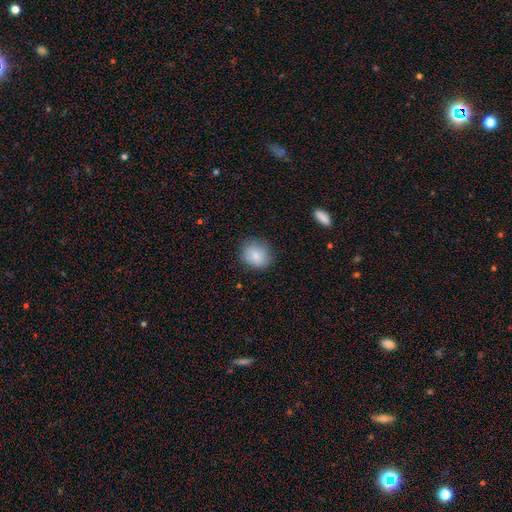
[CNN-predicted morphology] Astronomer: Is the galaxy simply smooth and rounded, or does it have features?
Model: smooth — 82%.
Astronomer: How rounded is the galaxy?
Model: round — 71%.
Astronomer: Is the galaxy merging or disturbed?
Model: none — 79%.